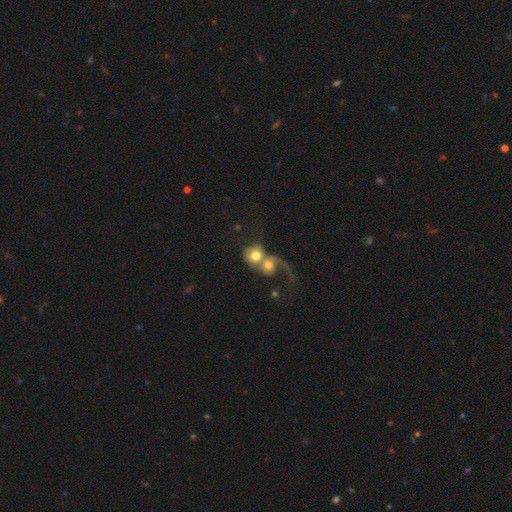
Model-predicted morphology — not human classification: Smooth or featured?
  - smooth: 50% *
  - featured or disk: 43%
  - star or artifact: 8%
Merging?
  - merger: 77% *
  - major disturbance: 9%
  - none: 9%
  - minor disturbance: 4%